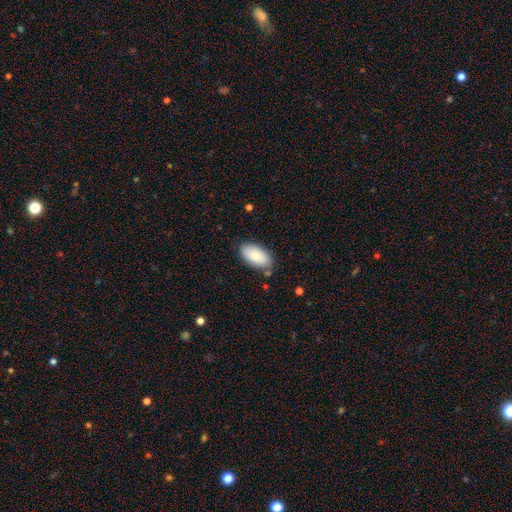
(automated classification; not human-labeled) This appears to be a smooth galaxy with no disk features (85%) that is in between round and cigar-shaped (95%). Merging: none (80%).